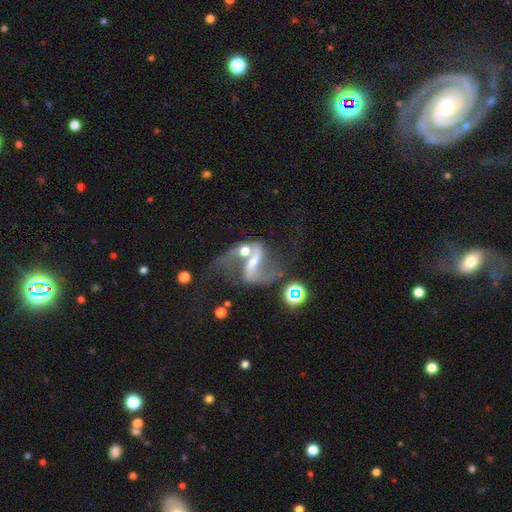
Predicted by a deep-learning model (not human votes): smooth-or-featured: featured or disk: 82% | star or artifact: 9% | smooth: 9%
  disk-edge-on: no: 94% | yes: 6%
    bar: strong: 49% | weak: 32% | no: 19%
    has-spiral-arms: yes: 91% | no: 9%
      spiral-winding: loose: 76% | medium: 19% | tight: 5%
      spiral-arm-count: 2: 88% | 1: 5% | can't tell: 4% | 3: 1% | 4: 1% | more than 4: 1%
    bulge-size: small: 48% | moderate: 36% | none: 10% | large: 4% | dominant: 2%
  merging: none: 36% | merger: 30% | major disturbance: 21% | minor disturbance: 14%